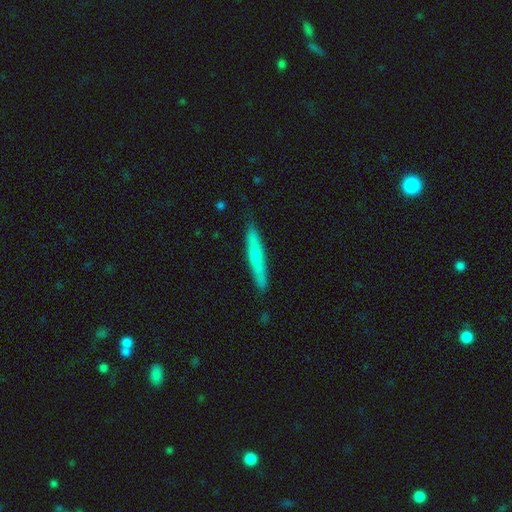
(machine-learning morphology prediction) smooth 64%, featured or disk 31%, star or artifact 6%. Down the decision tree: how rounded — cigar-shaped (95%); merging — none (85%).